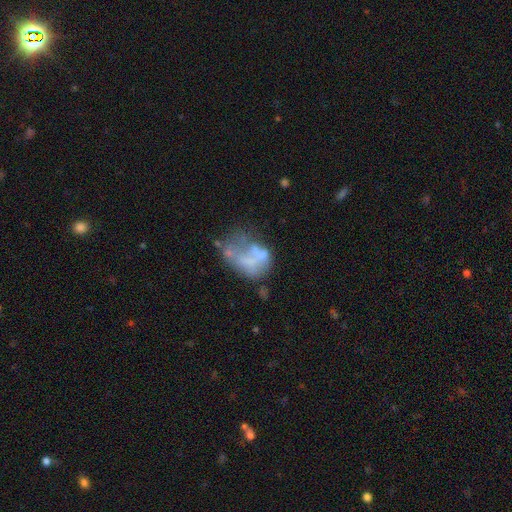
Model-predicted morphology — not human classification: featured or disk 51%, smooth 36%, star or artifact 13%. Down the decision tree: edge-on disk — no (98%); bar — no (89%); spiral arms — no (93%); bulge size — none (77%); merging — major disturbance (33%).